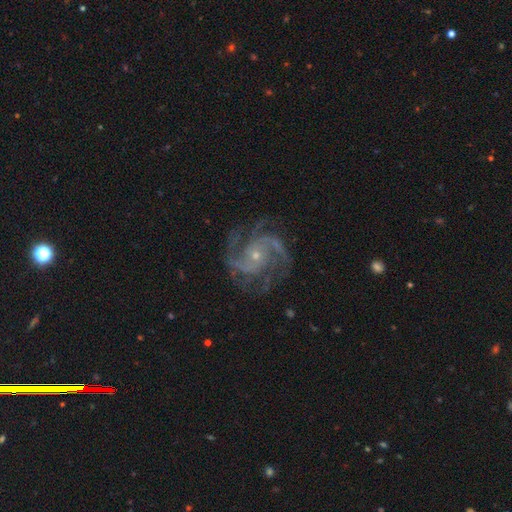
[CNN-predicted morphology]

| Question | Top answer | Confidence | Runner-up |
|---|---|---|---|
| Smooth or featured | featured or disk | 92% | star or artifact (5%) |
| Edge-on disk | no | 98% | yes (2%) |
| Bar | no | 71% | weak (23%) |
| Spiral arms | yes | 99% | no (1%) |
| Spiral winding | medium | 54% | tight (37%) |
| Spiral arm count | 3 | 41% | 2 (27%) |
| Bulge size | small | 76% | moderate (21%) |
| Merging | none | 76% | minor disturbance (15%) |